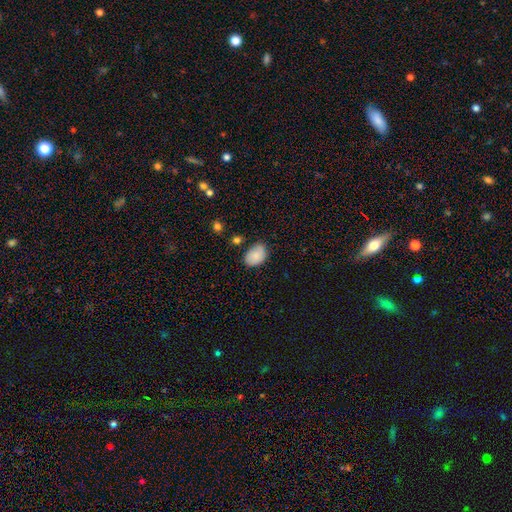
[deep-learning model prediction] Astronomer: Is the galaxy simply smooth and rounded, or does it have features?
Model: smooth — 84%.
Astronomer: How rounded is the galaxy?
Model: in between — 84%.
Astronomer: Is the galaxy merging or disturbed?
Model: none — 68%.